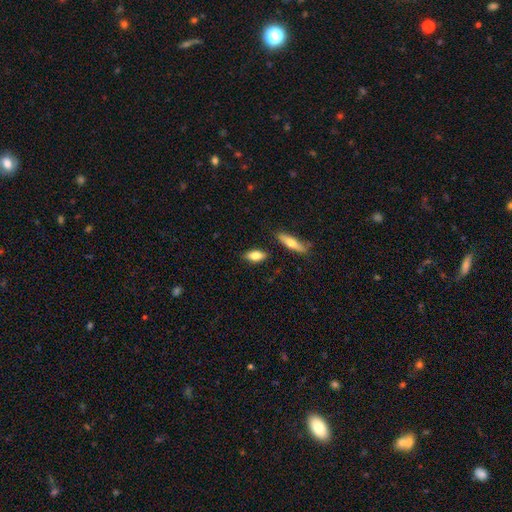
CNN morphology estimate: This appears to be a smooth galaxy with no disk features (76%) that is in between round and cigar-shaped (80%). Merging: none (84%).